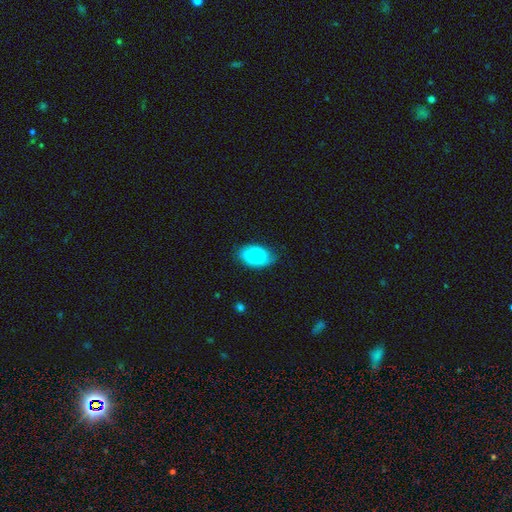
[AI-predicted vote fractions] Smooth or featured? Predicted: smooth (p=0.87). How rounded? Predicted: in between (p=0.92). Merging? Predicted: none (p=0.74).